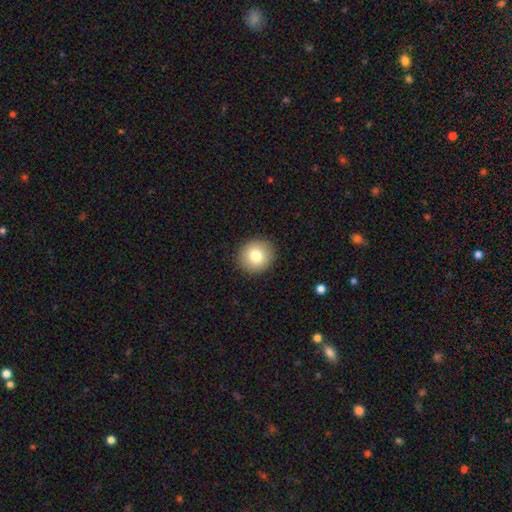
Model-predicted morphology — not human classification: smooth_or_featured: smooth (p=0.79) [alt: featured or disk p=0.12]
how_rounded: round (p=0.89) [alt: in between p=0.10]
merging: none (p=0.91) [alt: minor disturbance p=0.06]